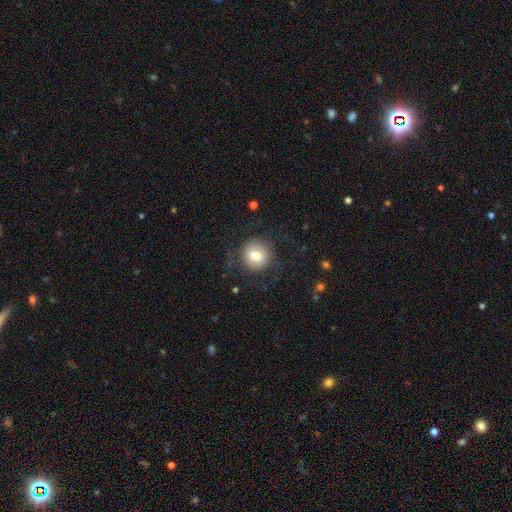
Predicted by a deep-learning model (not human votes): Smooth or featured?
  - smooth: 72% *
  - featured or disk: 20%
  - star or artifact: 9%
How rounded?
  - round: 90% *
  - in between: 9%
  - cigar-shaped: 1%
Merging?
  - none: 75% *
  - minor disturbance: 12%
  - major disturbance: 12%
  - merger: 1%